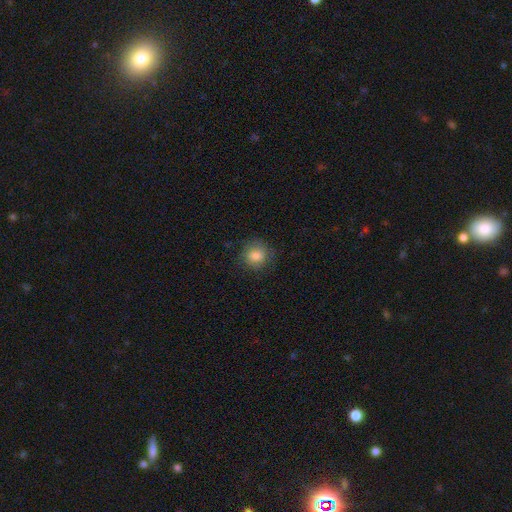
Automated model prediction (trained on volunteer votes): Overall: smooth (82%). How rounded: round (88%). Merging: none (82%).